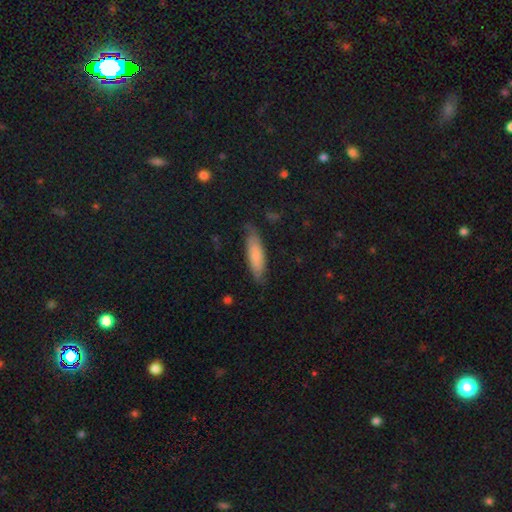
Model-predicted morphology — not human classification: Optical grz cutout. It shows a smooth galaxy with no disk features (76%) that is cigar-shaped (64%). Merging: none (75%).